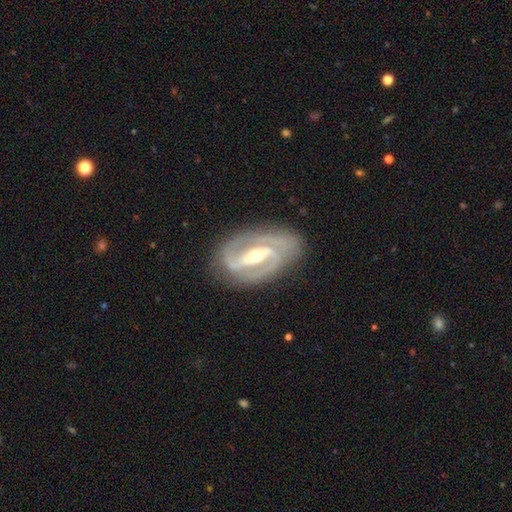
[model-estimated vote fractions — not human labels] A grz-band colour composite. It shows a featured or disk galaxy (90%) with a strong bar (63%), 2 (87%) medium (47%) spiral arms (96%) and a moderate central bulge (60%). Merging: none (80%).